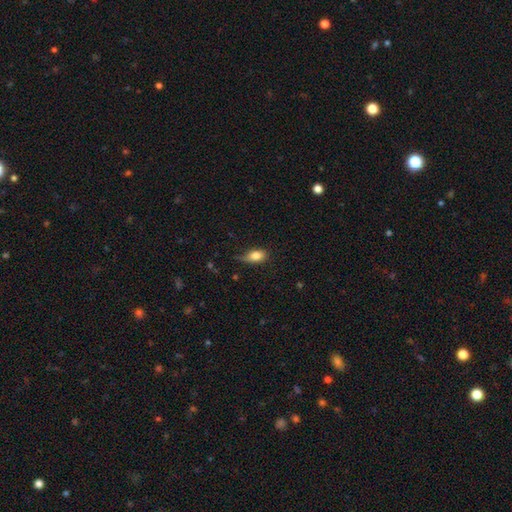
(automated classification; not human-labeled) Q: Smooth or featured?
A: smooth (80%); runner-up: featured or disk (11%)
Q: How rounded?
A: in between (84%); runner-up: round (10%)
Q: Merging?
A: none (50%); runner-up: minor disturbance (35%)